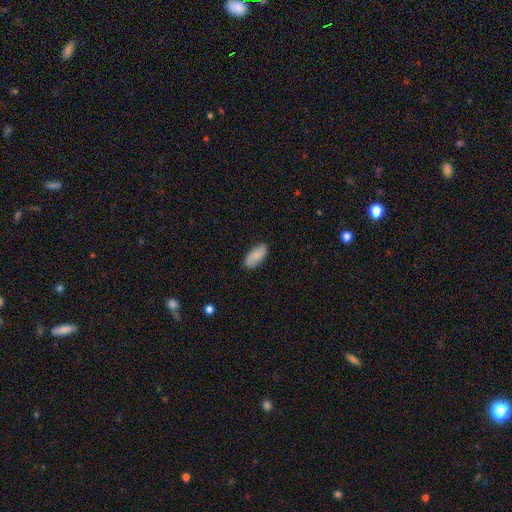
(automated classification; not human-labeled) Q: Smooth or featured?
A: smooth (85%); runner-up: featured or disk (9%)
Q: How rounded?
A: in between (89%); runner-up: cigar-shaped (9%)
Q: Merging?
A: none (87%); runner-up: minor disturbance (10%)